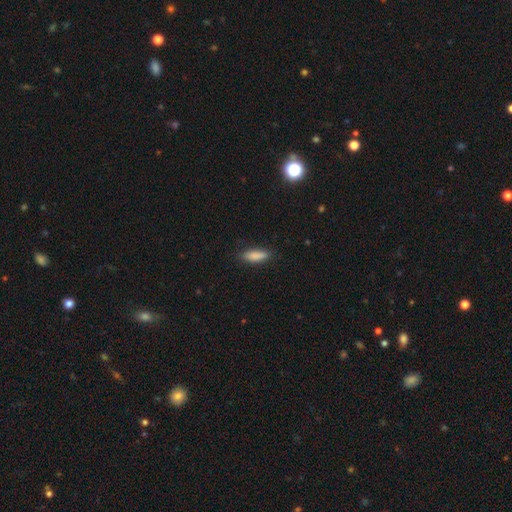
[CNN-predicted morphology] smooth-or-featured: smooth: 87% | featured or disk: 7% | star or artifact: 7%
  how-rounded: cigar-shaped: 50% | in between: 48% | round: 2%
  merging: none: 84% | minor disturbance: 12% | major disturbance: 2% | merger: 1%